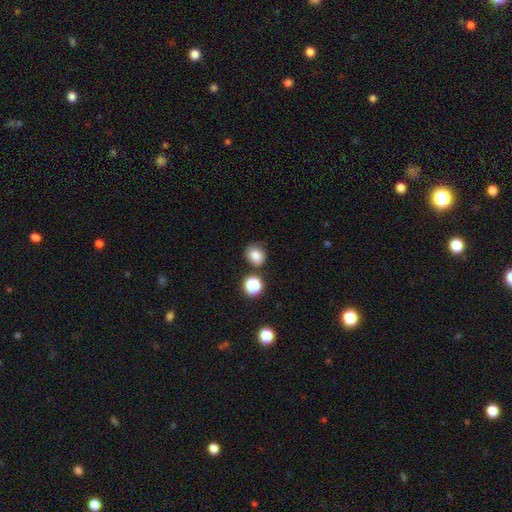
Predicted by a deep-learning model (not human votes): smooth_or_featured: smooth (p=0.80) [alt: star or artifact p=0.13]
how_rounded: round (p=0.73) [alt: in between p=0.26]
merging: none (p=0.69) [alt: minor disturbance p=0.18]